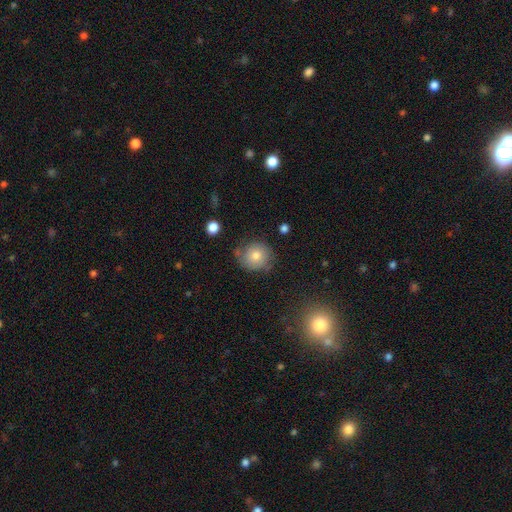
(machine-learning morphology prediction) smooth-or-featured: smooth: 75% | featured or disk: 16% | star or artifact: 10%
  how-rounded: round: 88% | in between: 12% | cigar-shaped: 1%
  merging: none: 72% | minor disturbance: 19% | major disturbance: 5% | merger: 4%